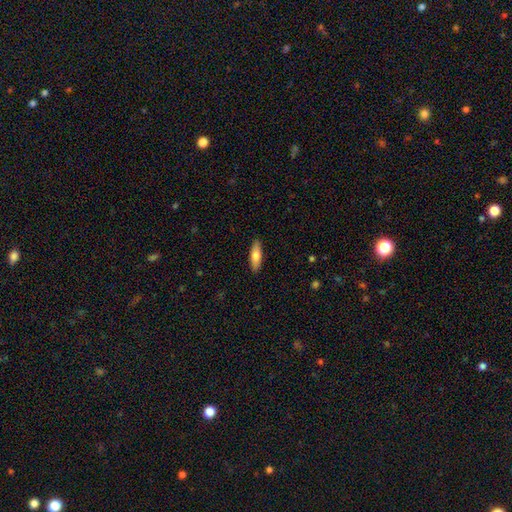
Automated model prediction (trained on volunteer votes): The model was most divided on "how rounded": cigar-shaped: 50%, in between: 48%, round: 2%. More confident: merging — none (89%); smooth or featured — smooth (71%).